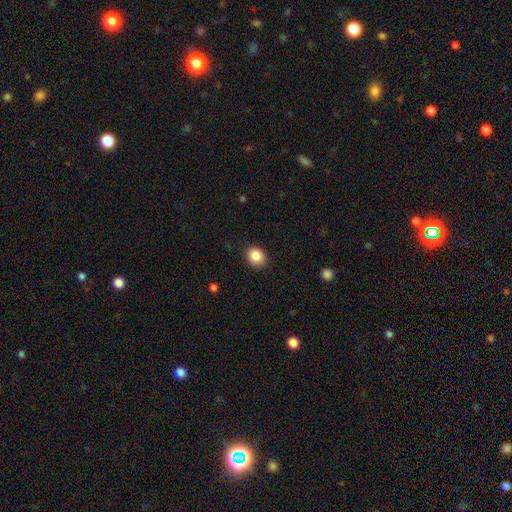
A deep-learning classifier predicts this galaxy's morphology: Overall: smooth (86%). How rounded: round (68%; in between 31%). Merging: none (88%).